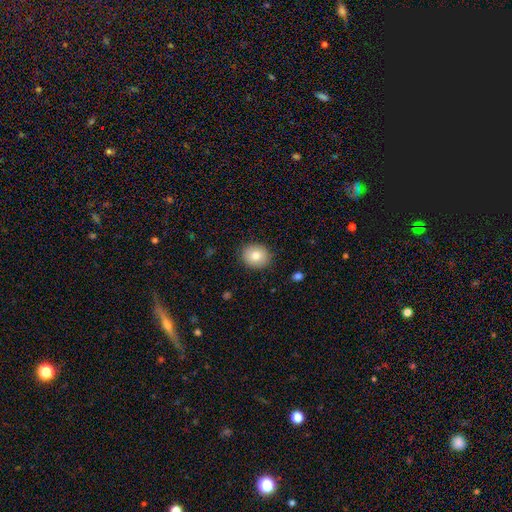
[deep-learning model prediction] Smooth or featured? Predicted: smooth (p=0.80). How rounded? Predicted: round (p=0.72). Merging? Predicted: none (p=0.88).